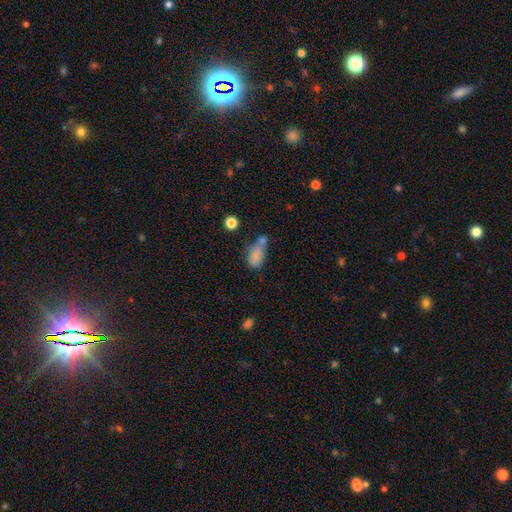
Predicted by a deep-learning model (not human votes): A smooth galaxy with no disk features (77%) that is in between round and cigar-shaped (85%).

Vote fractions:
- Smooth or featured? smooth: 77% / featured or disk: 12% / star or artifact: 11%
- How rounded? in between: 85% / round: 9% / cigar-shaped: 6%
- Merging? merger: 38% / none: 29% / minor disturbance: 20% / major disturbance: 13%